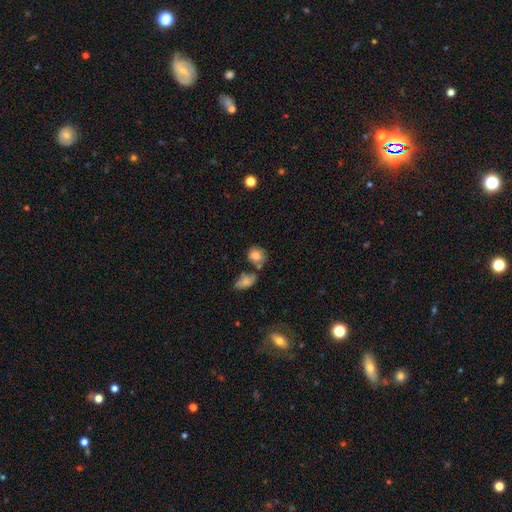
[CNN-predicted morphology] The model was most divided on "merging": none: 60%, merger: 19%, minor disturbance: 16%, major disturbance: 5%. More confident: smooth or featured — smooth (82%); how rounded — round (73%).